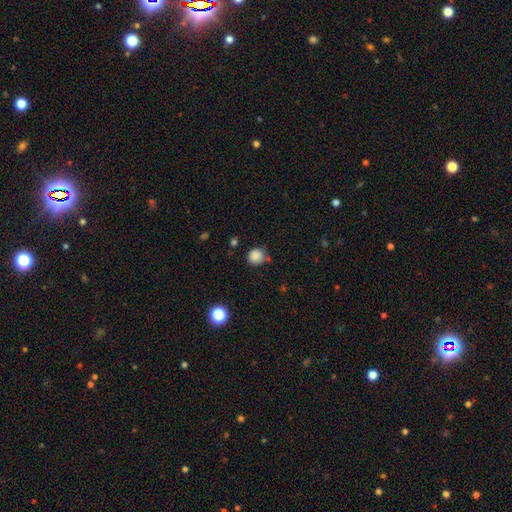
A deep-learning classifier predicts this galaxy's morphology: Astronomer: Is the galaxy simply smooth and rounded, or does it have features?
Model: smooth — 86%.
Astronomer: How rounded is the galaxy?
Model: round — 88%.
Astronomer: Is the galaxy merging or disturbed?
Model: none — 77%.